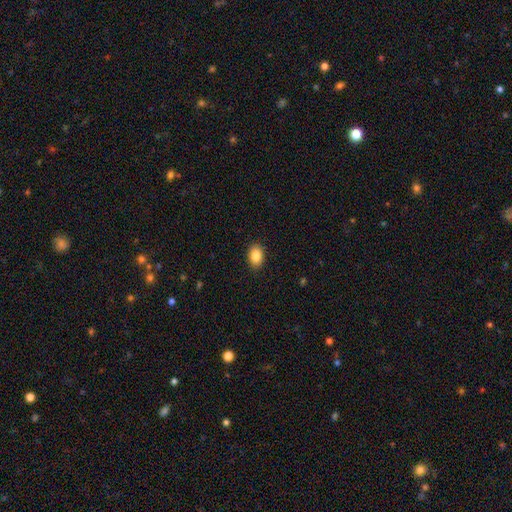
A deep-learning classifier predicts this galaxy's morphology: This is clearly a smooth galaxy (86%). How rounded: clearly in between (81%). Merging: clearly none (89%).